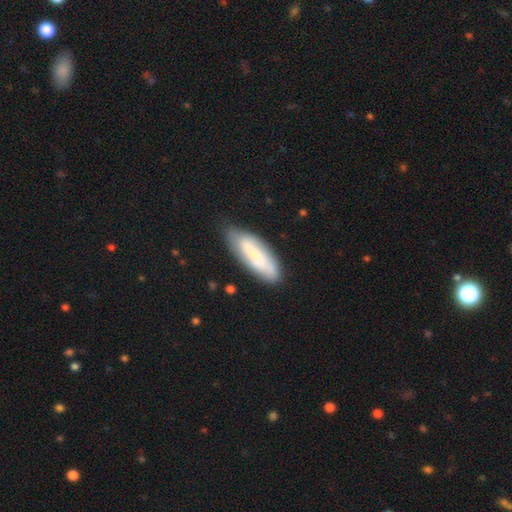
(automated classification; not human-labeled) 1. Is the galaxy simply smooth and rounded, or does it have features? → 66% smooth, 27% featured or disk, 7% star or artifact.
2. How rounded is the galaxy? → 58% in between, 40% cigar-shaped, 2% round.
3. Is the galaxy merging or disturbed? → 72% none, 21% minor disturbance, 5% major disturbance, 2% merger.